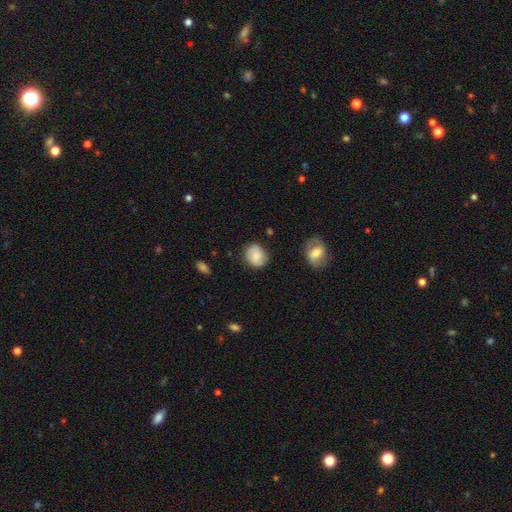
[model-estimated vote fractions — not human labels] A smooth galaxy with no disk features (68%) that is round (66%). Merging: none (77%).